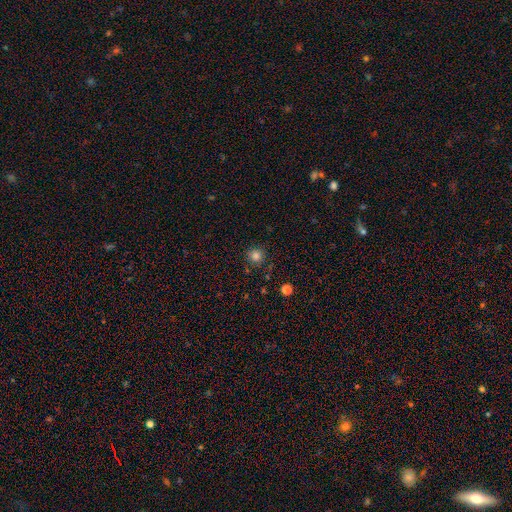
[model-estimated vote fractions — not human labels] The model was most divided on "smooth or featured": smooth: 82%, star or artifact: 14%, featured or disk: 4%. More confident: how rounded — round (94%); merging — none (88%).